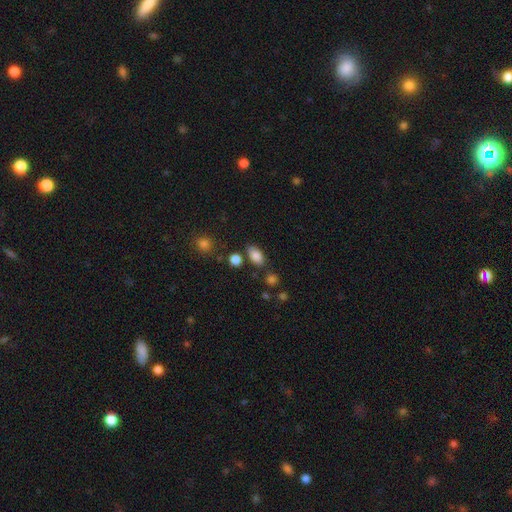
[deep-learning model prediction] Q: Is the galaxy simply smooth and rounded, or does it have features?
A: smooth — 85%.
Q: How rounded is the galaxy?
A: in between — 89%.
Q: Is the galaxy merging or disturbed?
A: none — 76%.